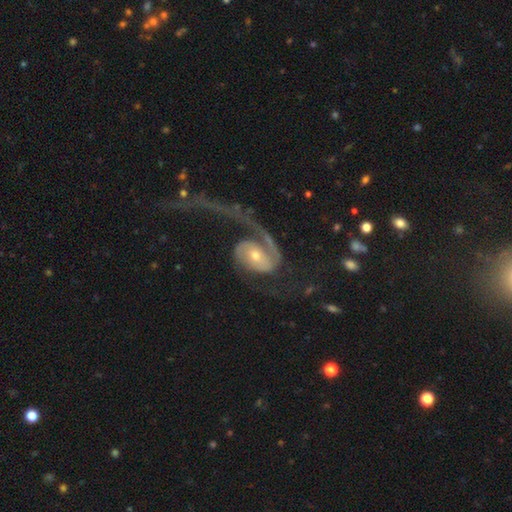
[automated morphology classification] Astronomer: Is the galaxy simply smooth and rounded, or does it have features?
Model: featured or disk — 83%.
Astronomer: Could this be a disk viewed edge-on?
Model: no — 97%.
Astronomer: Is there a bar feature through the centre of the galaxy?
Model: no — 57%.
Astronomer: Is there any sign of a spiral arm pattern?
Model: yes — 92%.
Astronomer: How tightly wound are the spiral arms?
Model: loose — 52% (runner-up: medium, 32%).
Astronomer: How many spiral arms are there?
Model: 2 — 51% (runner-up: 1, 40%).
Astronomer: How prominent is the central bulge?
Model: moderate — 53% (runner-up: small, 40%).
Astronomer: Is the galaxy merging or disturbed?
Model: major disturbance — 51% (runner-up: none, 32%).